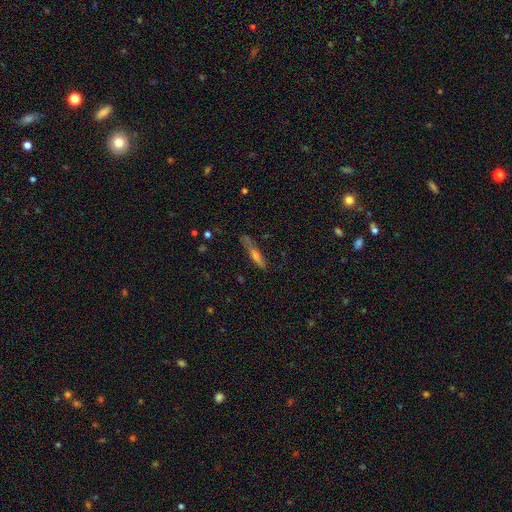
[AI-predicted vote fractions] A smooth galaxy with no disk features (45%). Merging: none (72%).